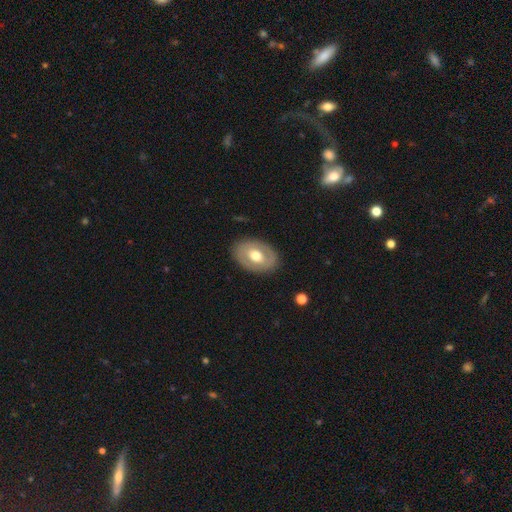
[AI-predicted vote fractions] Smooth or featured? smooth (49%)
Merging? none (85%)